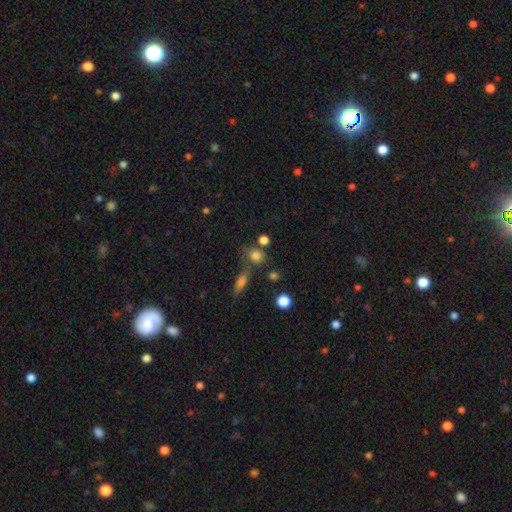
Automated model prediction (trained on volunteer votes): smooth-or-featured: smooth: 79% | star or artifact: 13% | featured or disk: 8%
  how-rounded: round: 68% | in between: 29% | cigar-shaped: 3%
  merging: none: 64% | merger: 18% | minor disturbance: 13% | major disturbance: 5%